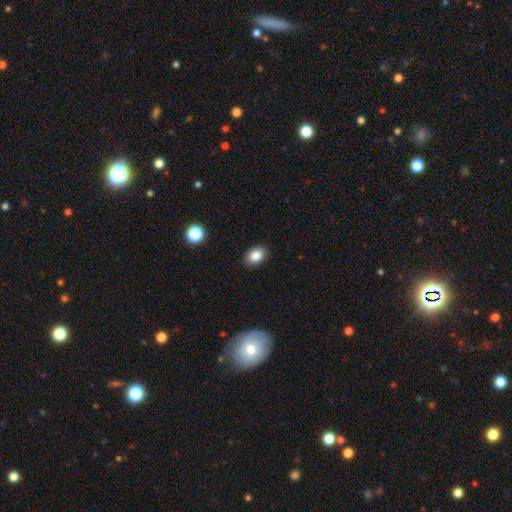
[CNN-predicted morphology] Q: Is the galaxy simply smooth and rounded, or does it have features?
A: smooth — 85%.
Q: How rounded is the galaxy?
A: in between — 76%.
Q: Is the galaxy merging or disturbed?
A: none — 89%.